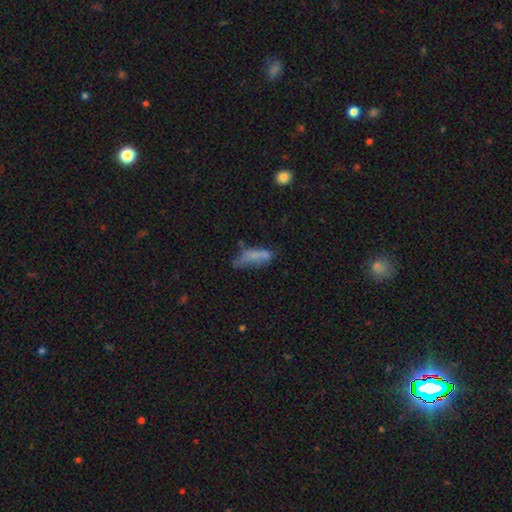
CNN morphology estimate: A smooth galaxy with no disk features (64%) that is in between round and cigar-shaped (54%). Merging: none (37%).